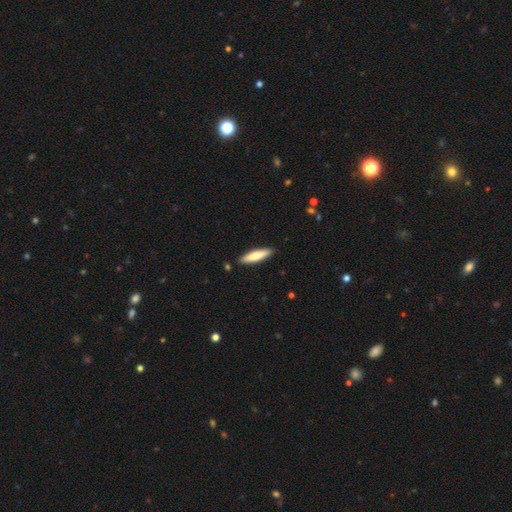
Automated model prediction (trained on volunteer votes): A smooth galaxy with no disk features (74%) that is cigar-shaped (75%).

Vote fractions:
- Smooth or featured? smooth: 74% / featured or disk: 21% / star or artifact: 5%
- How rounded? cigar-shaped: 75% / in between: 23% / round: 1%
- Merging? none: 89% / minor disturbance: 8% / merger: 2% / major disturbance: 2%